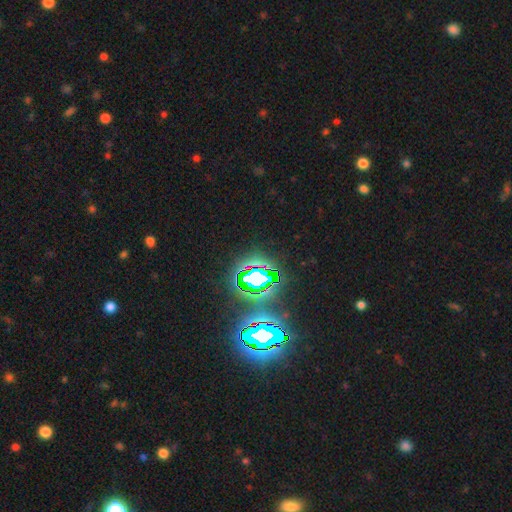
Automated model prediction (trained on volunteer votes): A star or artifact, not a galaxy (82%).